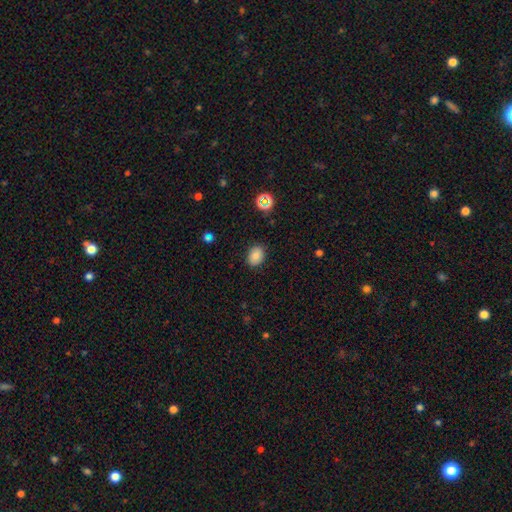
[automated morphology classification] This appears to be a smooth galaxy with no disk features (81%) that is in between round and cigar-shaped (64%). Merging: none (87%).